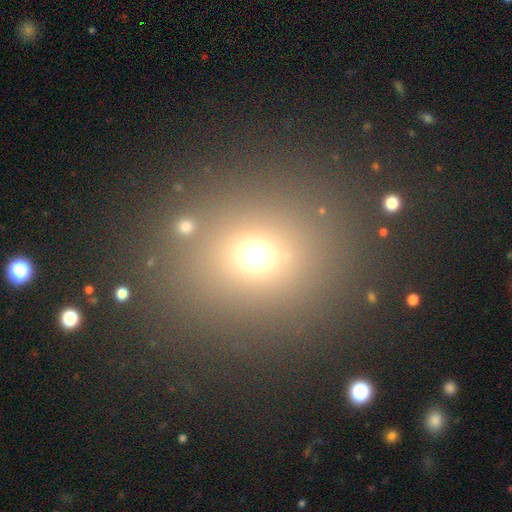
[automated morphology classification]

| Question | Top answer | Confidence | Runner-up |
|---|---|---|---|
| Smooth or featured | smooth | 65% | star or artifact (27%) |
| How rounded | round | 77% | in between (22%) |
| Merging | none | 83% | minor disturbance (8%) |